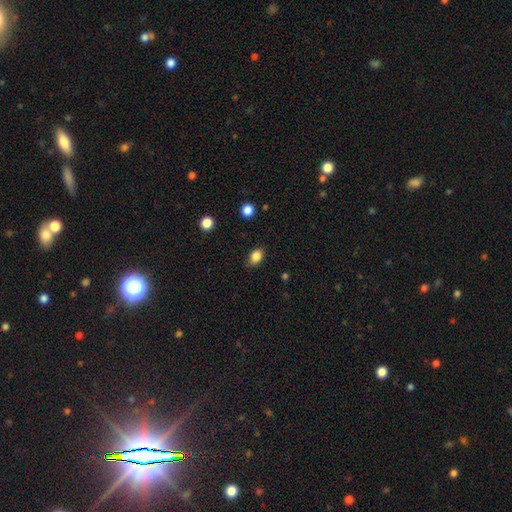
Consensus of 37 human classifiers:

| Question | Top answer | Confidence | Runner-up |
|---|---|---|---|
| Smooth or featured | smooth | 86% | featured or disk (8%) |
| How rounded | in between | 59% | round (41%) |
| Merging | none | 71% | minor disturbance (23%) |